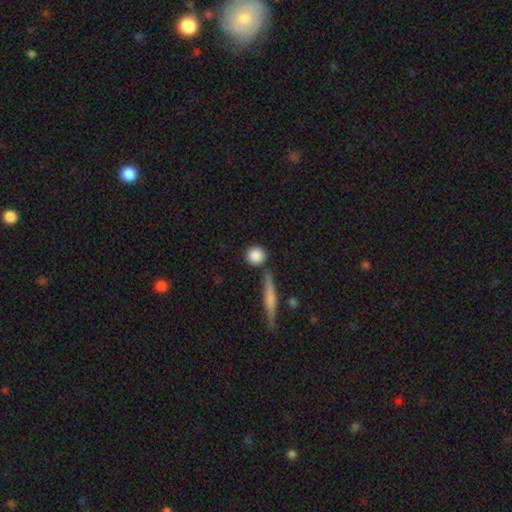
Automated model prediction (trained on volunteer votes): Smooth or featured?
  - smooth: 86% *
  - star or artifact: 7%
  - featured or disk: 7%
How rounded?
  - round: 86% *
  - in between: 9%
  - cigar-shaped: 4%
Merging?
  - none: 79% *
  - minor disturbance: 10%
  - merger: 8%
  - major disturbance: 3%